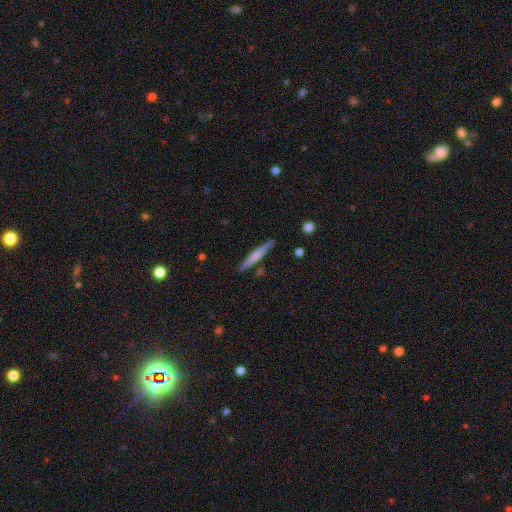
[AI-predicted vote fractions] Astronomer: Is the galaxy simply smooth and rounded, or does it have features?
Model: smooth — 58% (runner-up: featured or disk, 36%).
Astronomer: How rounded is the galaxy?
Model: cigar-shaped — 96%.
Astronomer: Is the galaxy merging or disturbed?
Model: none — 87%.